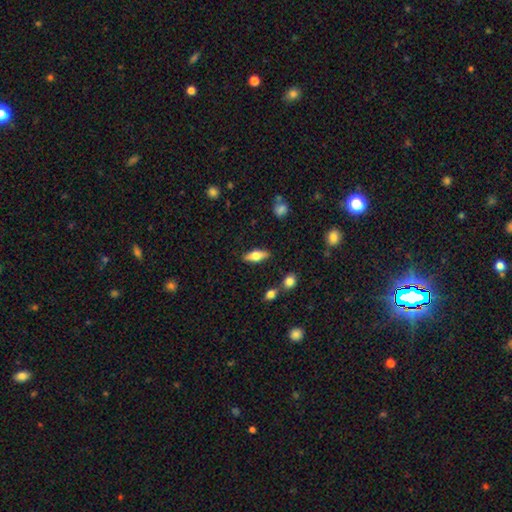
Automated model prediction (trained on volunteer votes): A smooth galaxy with no disk features (58%) that is in between round and cigar-shaped (69%). Merging: none (83%).